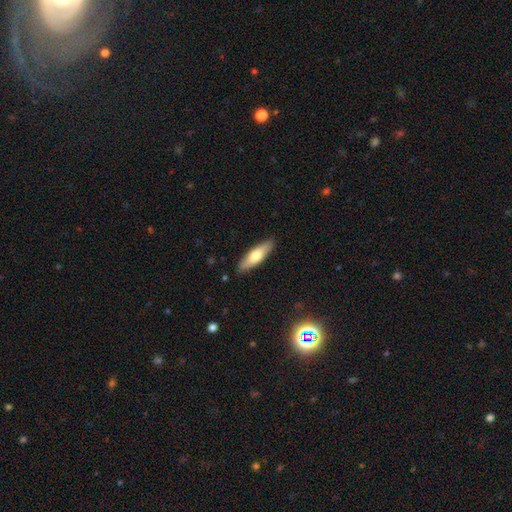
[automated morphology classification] smooth 66%, featured or disk 29%, star or artifact 5%. Down the decision tree: how rounded — cigar-shaped (57%); merging — none (88%).